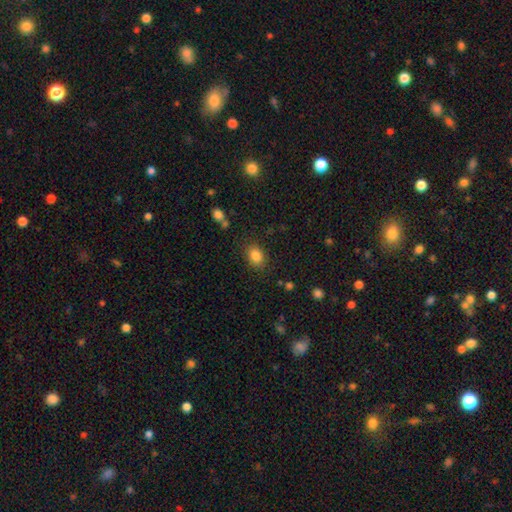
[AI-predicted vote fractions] This is clearly a smooth galaxy (84%). How rounded: likely in between (63%). Merging: clearly none (83%).